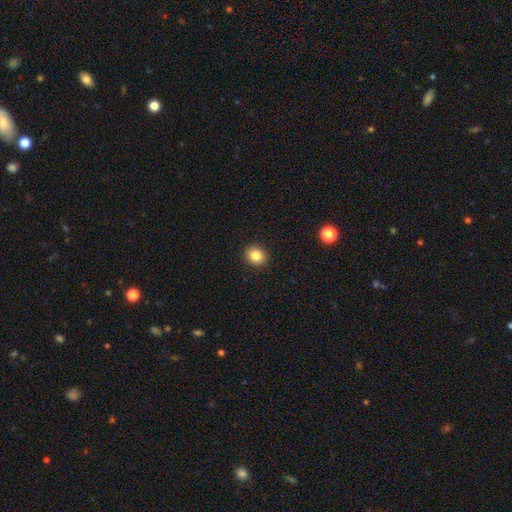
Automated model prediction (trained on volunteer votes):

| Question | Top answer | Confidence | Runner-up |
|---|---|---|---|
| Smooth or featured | smooth | 84% | star or artifact (10%) |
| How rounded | round | 77% | in between (22%) |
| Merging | none | 92% | minor disturbance (5%) |